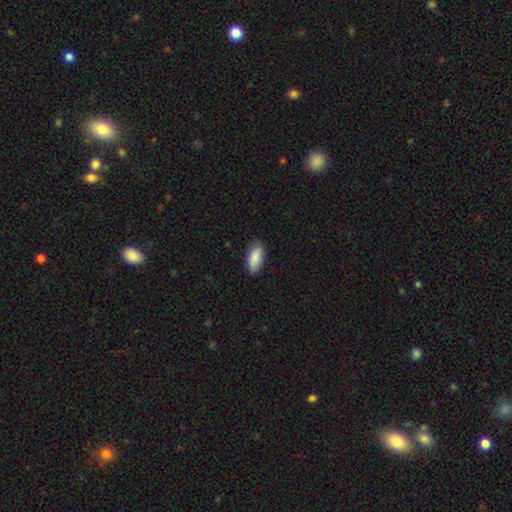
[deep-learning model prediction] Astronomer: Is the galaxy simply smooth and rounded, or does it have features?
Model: smooth — 87%.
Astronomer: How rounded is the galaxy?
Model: in between — 87%.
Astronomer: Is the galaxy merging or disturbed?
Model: none — 80%.